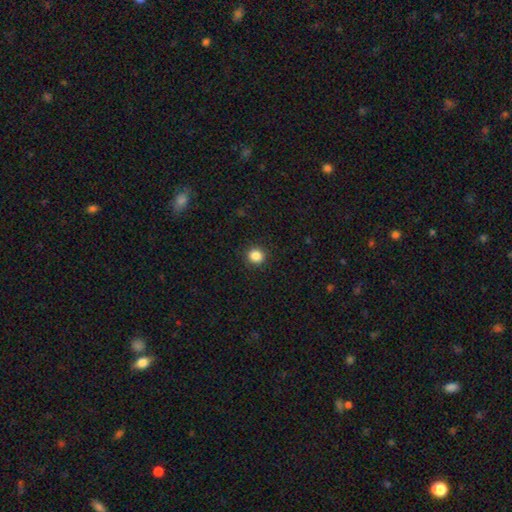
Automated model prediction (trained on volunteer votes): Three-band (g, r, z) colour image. It shows a smooth galaxy with no disk features (86%) that is round (90%). Merging: none (92%).